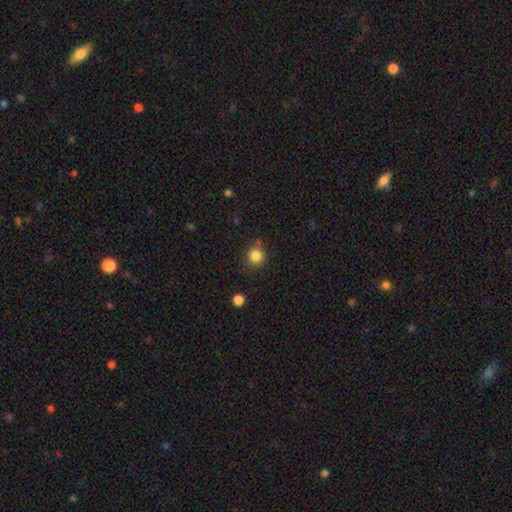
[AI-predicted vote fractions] smooth 84%, star or artifact 12%, featured or disk 4%. Down the decision tree: how rounded — round (91%); merging — none (80%).